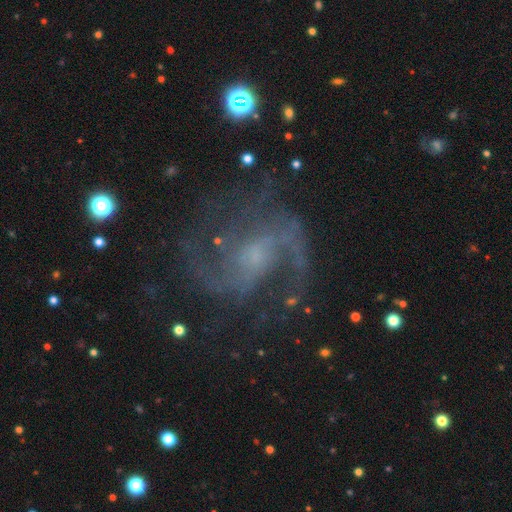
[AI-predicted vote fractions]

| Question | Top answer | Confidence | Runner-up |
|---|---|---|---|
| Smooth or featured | featured or disk | 89% | star or artifact (7%) |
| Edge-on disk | no | 98% | yes (2%) |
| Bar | no | 45% | weak (44%) |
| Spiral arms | yes | 97% | no (3%) |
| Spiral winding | medium | 53% | loose (33%) |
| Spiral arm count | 2 | 78% | 3 (8%) |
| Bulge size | small | 56% | moderate (20%) |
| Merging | none | 67% | minor disturbance (16%) |